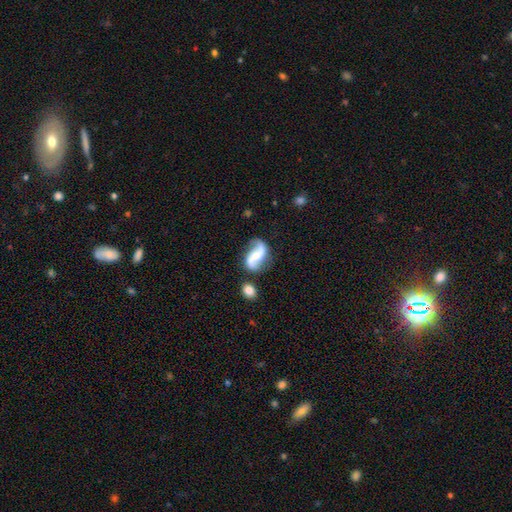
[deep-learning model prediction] The model was most divided on "bulge size": moderate: 48%, small: 40%, none: 5%, large: 5%, dominant: 2%. Remaining: edge-on disk — no (97%); spiral arms — yes (96%); spiral arm count — 2 (93%); smooth or featured — featured or disk (83%); merging — none (70%); spiral winding — loose (67%); bar — no (49%).